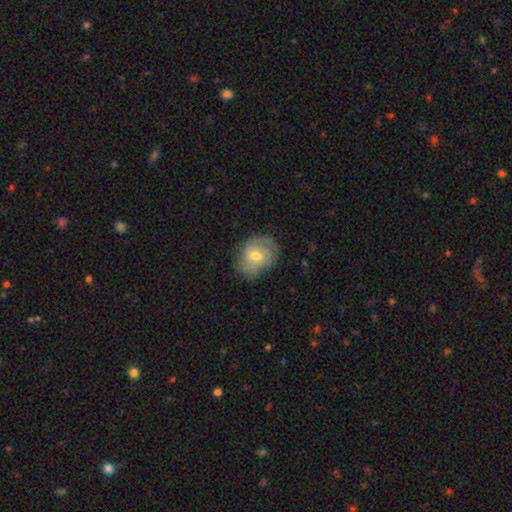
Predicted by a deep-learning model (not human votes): Q: Smooth or featured?
A: featured or disk (53%); runner-up: smooth (40%)
Q: Edge-on disk?
A: no (96%); runner-up: yes (4%)
Q: Bar?
A: no (49%); runner-up: weak (43%)
Q: Spiral arms?
A: yes (78%); runner-up: no (22%)
Q: Bulge size?
A: moderate (61%); runner-up: small (34%)
Q: Merging?
A: none (65%); runner-up: minor disturbance (24%)